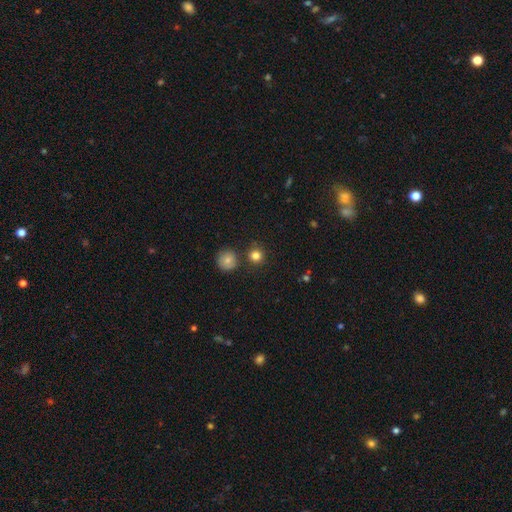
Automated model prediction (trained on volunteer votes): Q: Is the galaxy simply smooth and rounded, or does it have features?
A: smooth — 81%.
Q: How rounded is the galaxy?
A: round — 93%.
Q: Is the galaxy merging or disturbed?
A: none — 83%.